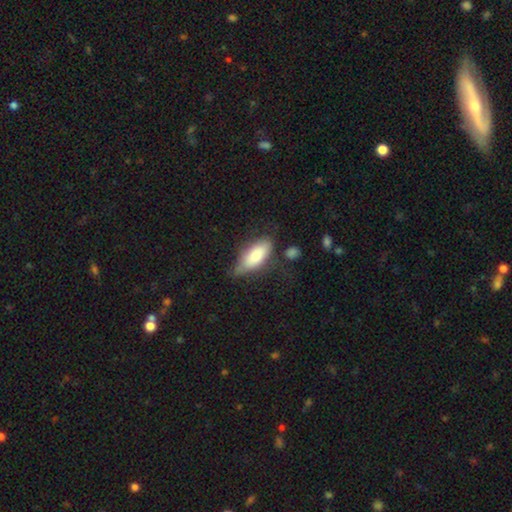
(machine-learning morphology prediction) type=smooth (74%); roundness=in between (81%); merging=none (55%).